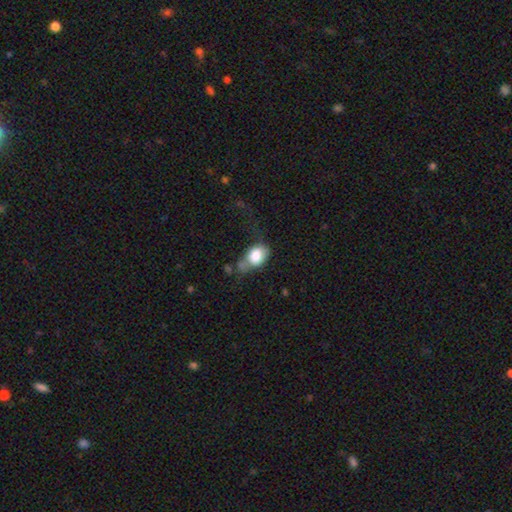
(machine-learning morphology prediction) This appears to be a smooth galaxy with no disk features (79%) that is in between round and cigar-shaped (73%). Merging: none (30%, tied with minor disturbance).